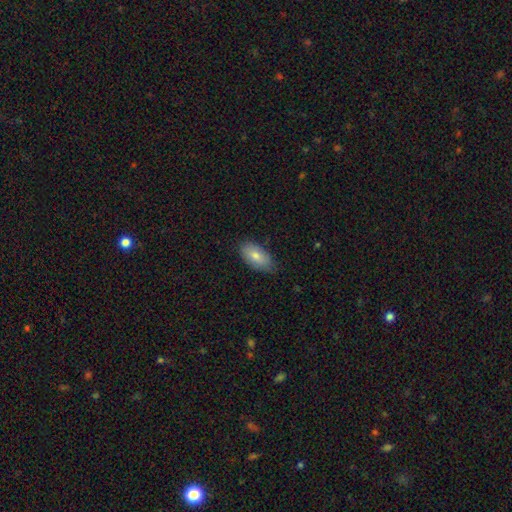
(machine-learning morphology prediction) Q: Smooth or featured?
A: smooth (78%); runner-up: featured or disk (16%)
Q: How rounded?
A: in between (92%); runner-up: cigar-shaped (4%)
Q: Merging?
A: none (77%); runner-up: minor disturbance (19%)